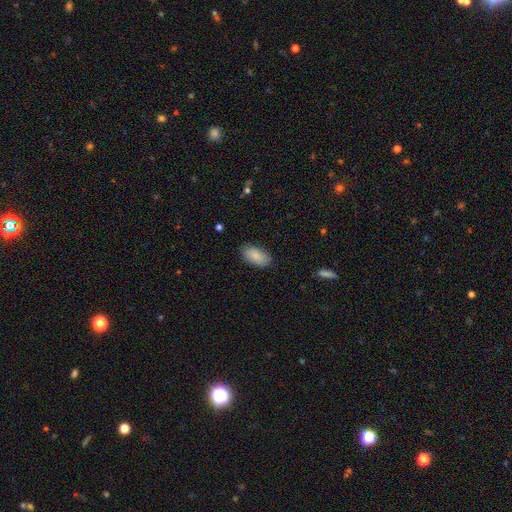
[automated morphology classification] This is clearly a smooth galaxy (87%). How rounded: clearly in between (93%). Merging: clearly none (85%).